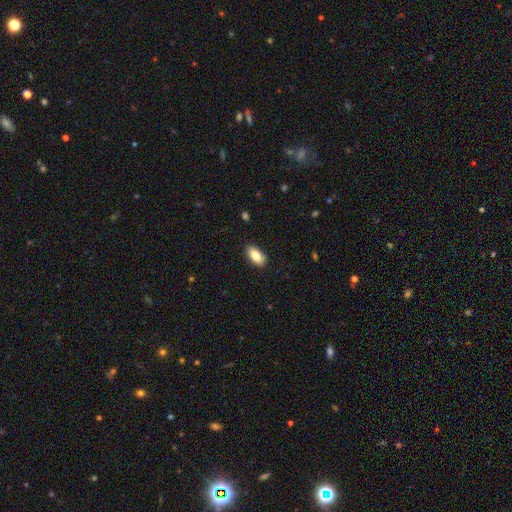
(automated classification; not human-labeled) A smooth galaxy with no disk features (82%) that is in between round and cigar-shaped (92%).

Vote fractions:
- Smooth or featured? smooth: 82% / featured or disk: 11% / star or artifact: 7%
- How rounded? in between: 92% / cigar-shaped: 4% / round: 4%
- Merging? none: 88% / minor disturbance: 9% / major disturbance: 2% / merger: 1%